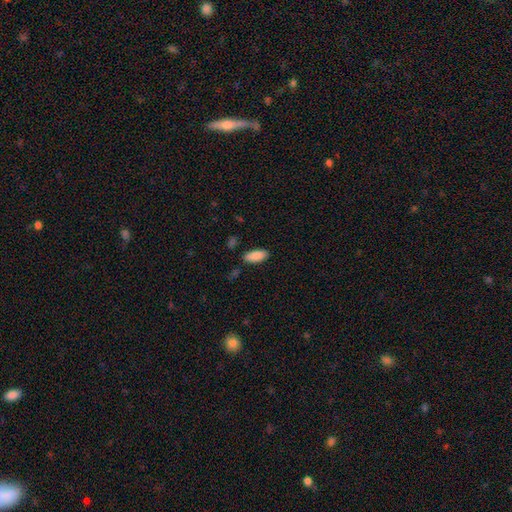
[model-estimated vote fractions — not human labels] A smooth galaxy with no disk features (88%) that is in between round and cigar-shaped (85%).

Vote fractions:
- Smooth or featured? smooth: 88% / star or artifact: 6% / featured or disk: 5%
- How rounded? in between: 85% / cigar-shaped: 14% / round: 2%
- Merging? none: 84% / minor disturbance: 11% / merger: 3% / major disturbance: 3%